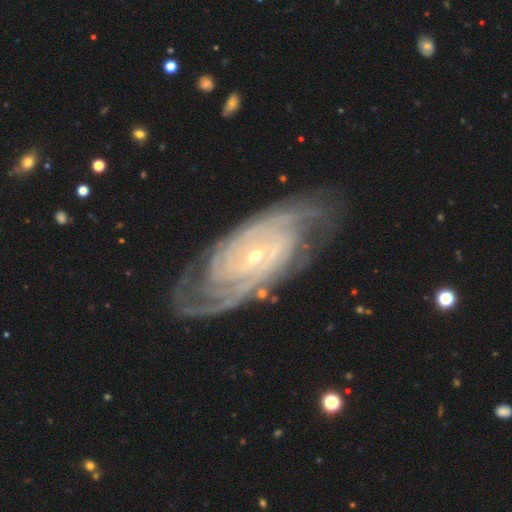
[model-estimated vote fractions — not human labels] featured or disk 91%, star or artifact 5%, smooth 4%. Down the decision tree: edge-on disk — no (94%); bar — no (48%); spiral arms — yes (98%); spiral arm count — can't tell (25%); spiral winding — tight (76%); bulge size — small (76%); merging — none (78%).